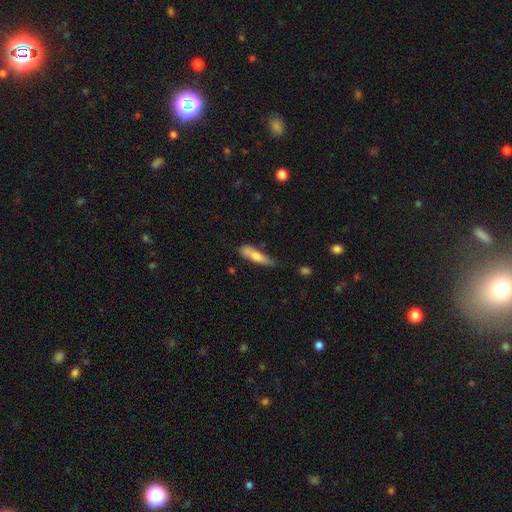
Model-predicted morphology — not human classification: Smooth or featured? Predicted: smooth (p=0.69). How rounded? Predicted: cigar-shaped (p=0.68). Merging? Predicted: none (p=0.56).